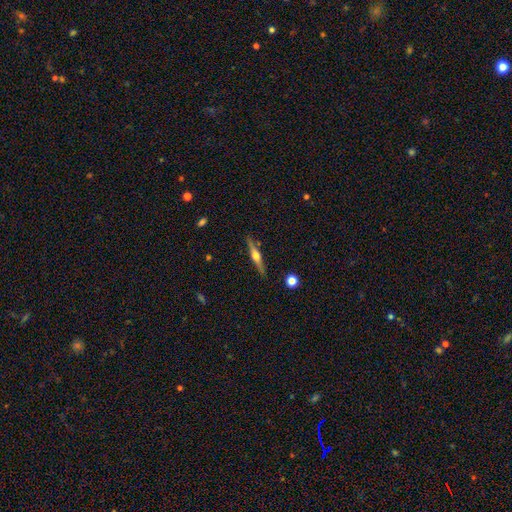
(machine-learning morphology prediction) Smooth or featured? Predicted: featured or disk (p=0.70). Edge-on disk? Predicted: yes (p=0.97). Edge-on bulge? Predicted: rounded (p=0.90). Merging? Predicted: none (p=0.87).